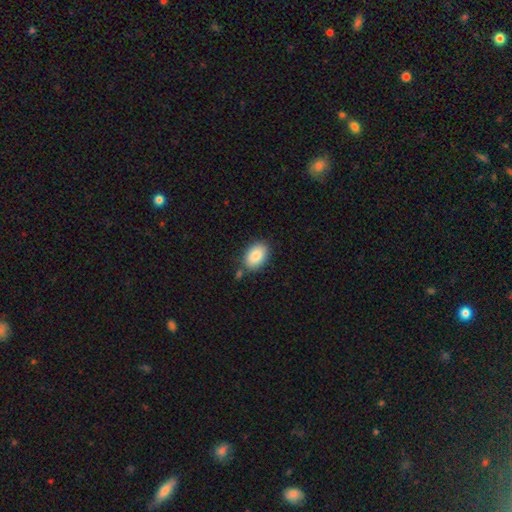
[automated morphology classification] Smooth or featured? smooth (86%)
How rounded? in between (87%)
Merging? none (80%)